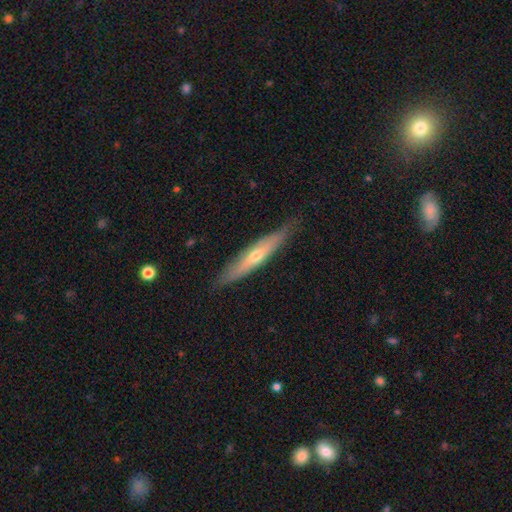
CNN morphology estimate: featured or disk 58%, smooth 35%, star or artifact 6%. Down the decision tree: edge-on disk — yes (86%); edge-on bulge — rounded (76%); merging — none (84%).